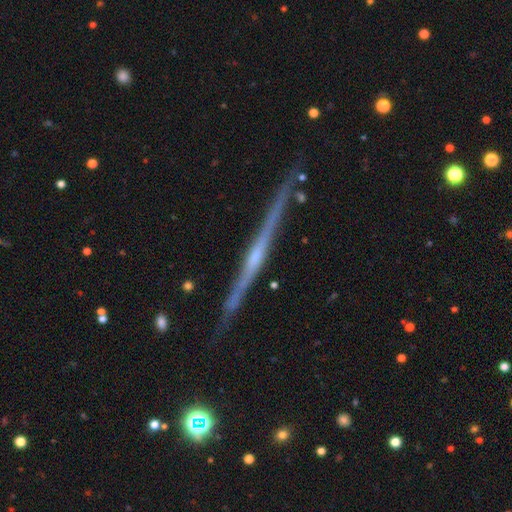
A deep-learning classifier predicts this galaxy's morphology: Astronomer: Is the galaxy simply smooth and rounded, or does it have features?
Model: featured or disk — 83%.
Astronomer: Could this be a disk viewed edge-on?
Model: yes — 98%.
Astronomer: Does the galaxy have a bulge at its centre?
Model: rounded — 56% (runner-up: none, 34%).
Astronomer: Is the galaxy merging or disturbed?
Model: none — 89%.